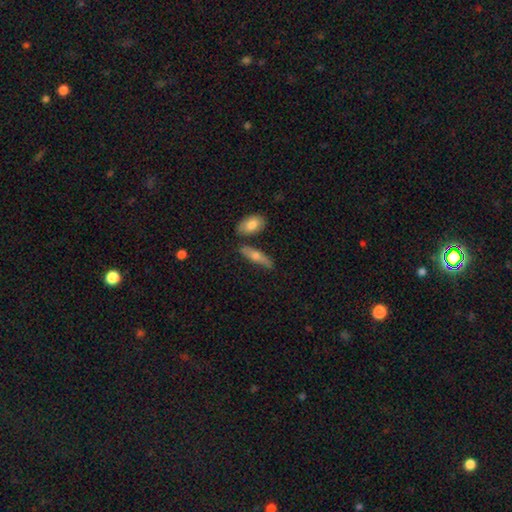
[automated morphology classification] Smooth or featured?
  - featured or disk: 46% *
  - smooth: 45%
  - star or artifact: 8%
Merging?
  - none: 71% *
  - minor disturbance: 14%
  - merger: 11%
  - major disturbance: 4%